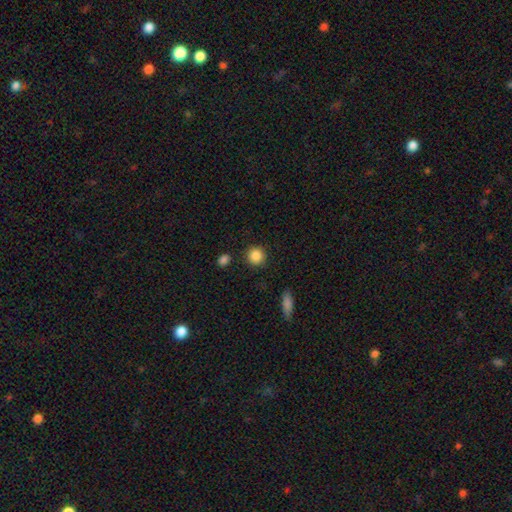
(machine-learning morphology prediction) Q: Smooth or featured?
A: smooth (87%); runner-up: star or artifact (9%)
Q: How rounded?
A: round (92%); runner-up: in between (7%)
Q: Merging?
A: none (89%); runner-up: minor disturbance (6%)